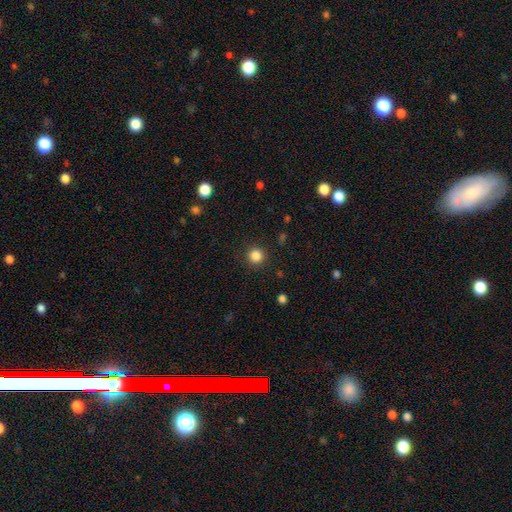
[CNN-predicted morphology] type=smooth (85%); roundness=round (94%); merging=none (91%).